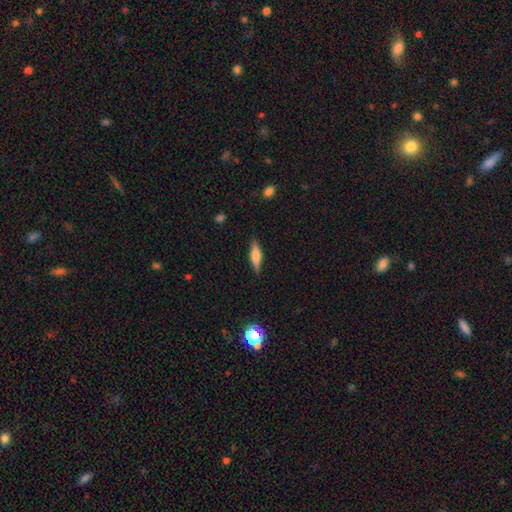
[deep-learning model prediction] Overall: smooth (52%; featured or disk 41%). How rounded: cigar-shaped (67%; in between 31%). Merging: none (87%).